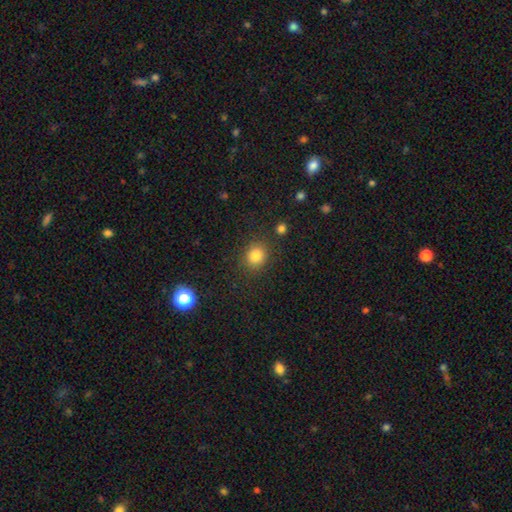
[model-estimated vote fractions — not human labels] Overall: smooth (83%). How rounded: round (75%). Merging: none (84%).